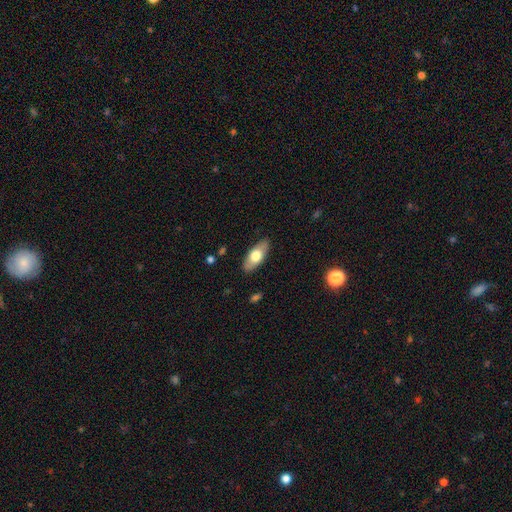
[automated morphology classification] Smooth or featured: smooth — 66% (featured or disk — 28%)
How rounded: in between — 85% (cigar-shaped — 13%)
Merging: none — 87% (minor disturbance — 10%)